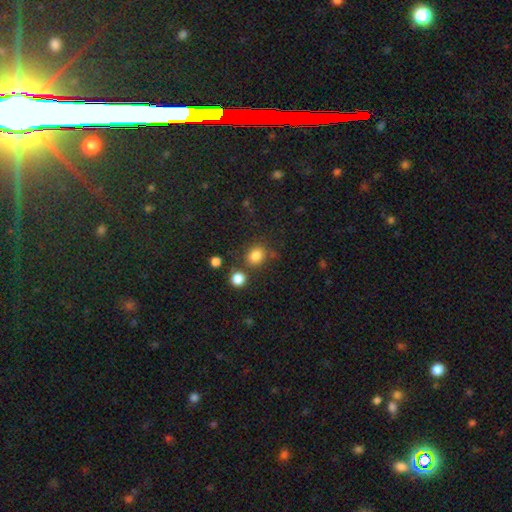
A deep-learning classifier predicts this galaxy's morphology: The model was most divided on "how rounded": round: 66%, in between: 33%, cigar-shaped: 1%. More confident: smooth or featured — smooth (82%); merging — none (71%).